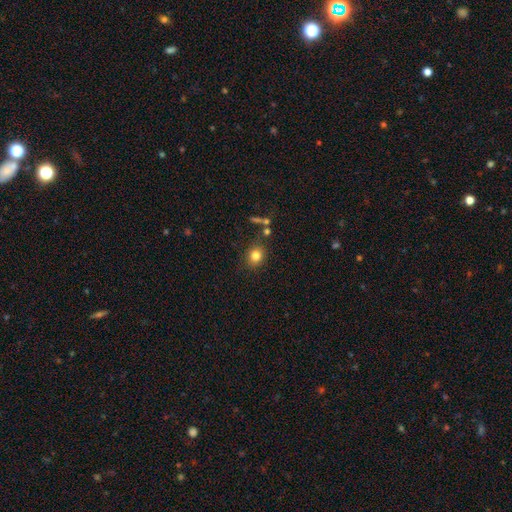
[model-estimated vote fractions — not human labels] Smooth or featured?
  - smooth: 81% *
  - star or artifact: 12%
  - featured or disk: 7%
How rounded?
  - round: 68% *
  - in between: 31%
  - cigar-shaped: 1%
Merging?
  - none: 81% *
  - minor disturbance: 11%
  - merger: 5%
  - major disturbance: 4%